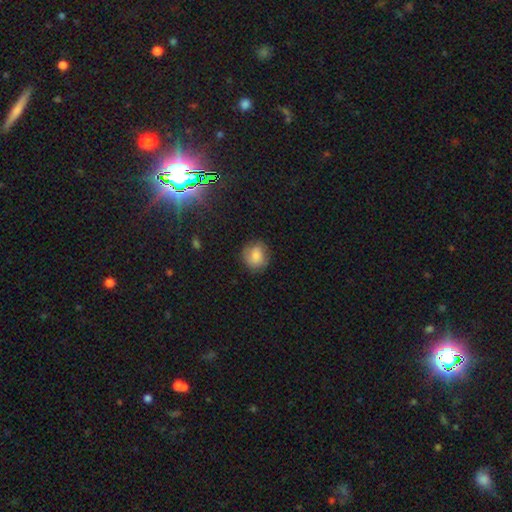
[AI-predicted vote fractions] The model was most divided on "smooth or featured": smooth: 75%, featured or disk: 15%, star or artifact: 9%. More confident: how rounded — round (80%); merging — none (78%).